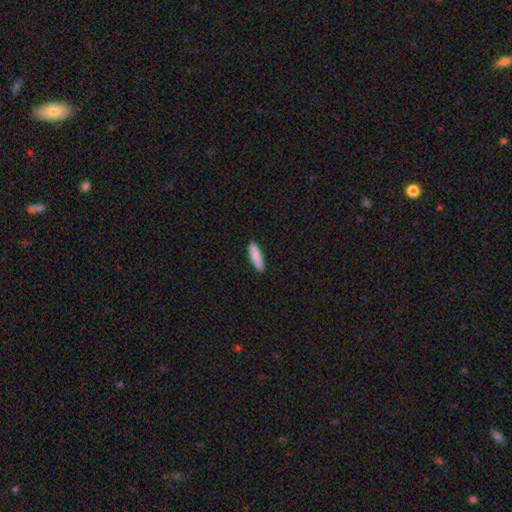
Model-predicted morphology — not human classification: Overall: smooth (86%). How rounded: cigar-shaped (66%; in between 33%). Merging: none (88%).